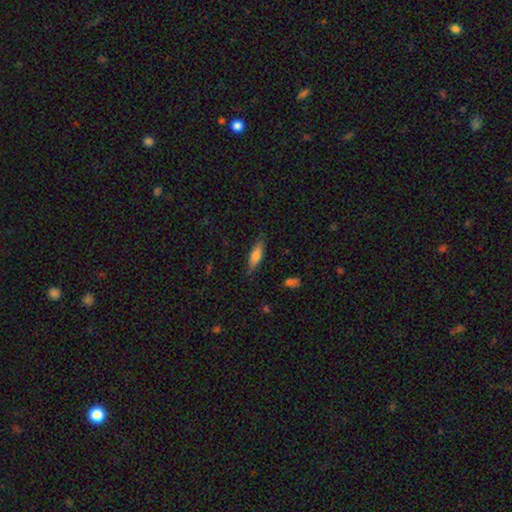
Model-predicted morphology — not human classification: Smooth or featured?
  - smooth: 63% *
  - featured or disk: 31%
  - star or artifact: 7%
How rounded?
  - cigar-shaped: 61% *
  - in between: 37%
  - round: 2%
Merging?
  - none: 83% *
  - minor disturbance: 13%
  - major disturbance: 3%
  - merger: 1%